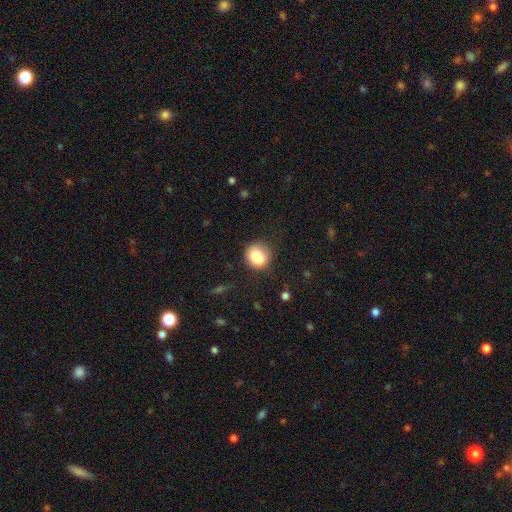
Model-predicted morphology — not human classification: A smooth galaxy with no disk features (81%) that is round (77%).

Vote fractions:
- Smooth or featured? smooth: 81% / featured or disk: 10% / star or artifact: 9%
- How rounded? round: 77% / in between: 22% / cigar-shaped: 1%
- Merging? none: 67% / minor disturbance: 19% / merger: 7% / major disturbance: 7%